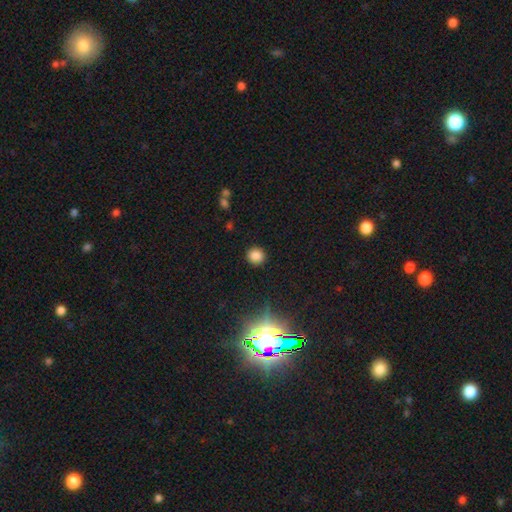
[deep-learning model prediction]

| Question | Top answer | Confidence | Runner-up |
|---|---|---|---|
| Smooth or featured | smooth | 81% | star or artifact (15%) |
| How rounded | round | 90% | in between (9%) |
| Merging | none | 90% | minor disturbance (6%) |